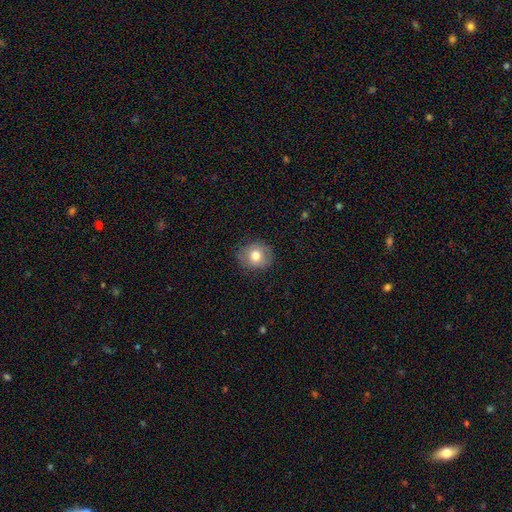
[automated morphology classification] A smooth galaxy with no disk features (74%) that is round (74%). Merging: none (82%).